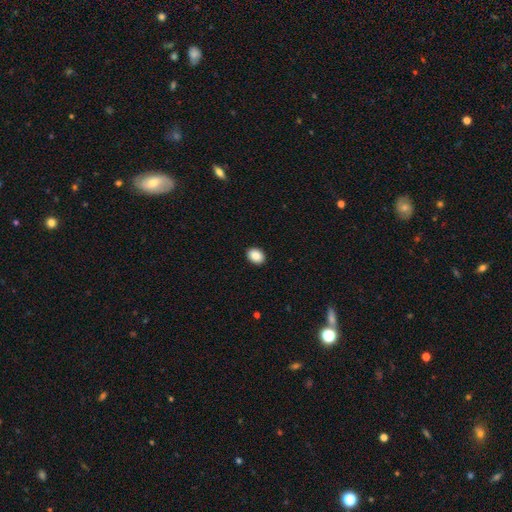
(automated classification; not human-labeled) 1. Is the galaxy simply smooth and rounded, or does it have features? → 89% smooth, 8% star or artifact, 3% featured or disk.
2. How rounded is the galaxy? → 62% in between, 38% round, 1% cigar-shaped.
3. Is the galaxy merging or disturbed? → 92% none, 5% minor disturbance, 2% major disturbance, 1% merger.